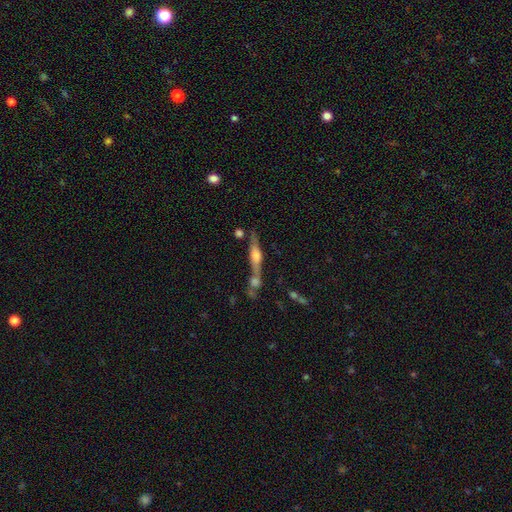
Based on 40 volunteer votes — Q: Smooth or featured?
A: featured or disk (70%); runner-up: smooth (22%)
Q: Edge-on disk?
A: yes (93%); runner-up: no (7%)
Q: Edge-on bulge?
A: rounded (69%); runner-up: boxy (31%)
Q: Merging?
A: none (54%); runner-up: merger (30%)